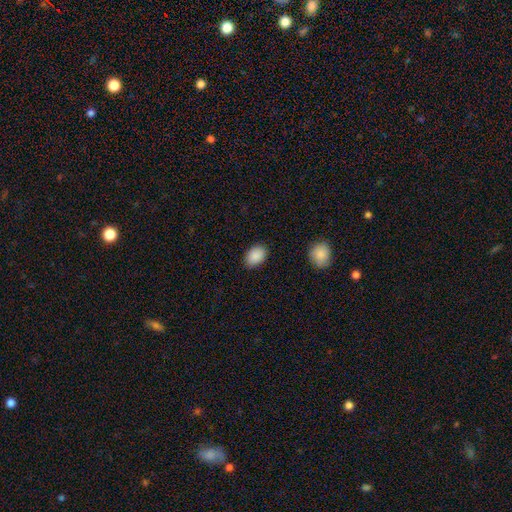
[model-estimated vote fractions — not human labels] smooth_or_featured: smooth (p=0.89) [alt: star or artifact p=0.07]
how_rounded: in between (p=0.84) [alt: round p=0.15]
merging: none (p=0.86) [alt: minor disturbance p=0.10]